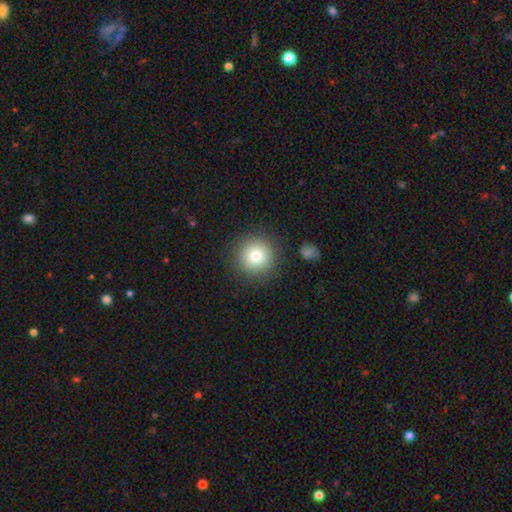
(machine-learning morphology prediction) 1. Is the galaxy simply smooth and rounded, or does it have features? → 80% smooth, 11% star or artifact, 9% featured or disk.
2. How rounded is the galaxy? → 95% round, 5% in between, 1% cigar-shaped.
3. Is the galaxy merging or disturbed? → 87% none, 8% minor disturbance, 3% major disturbance, 2% merger.